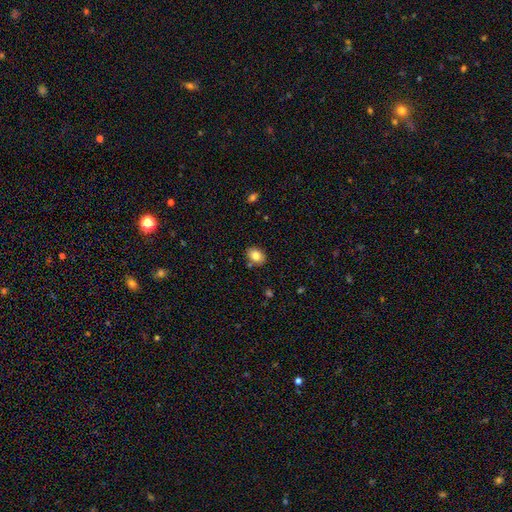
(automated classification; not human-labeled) This is clearly a smooth galaxy (80%). How rounded: likely in between (61%). Merging: clearly none (81%).